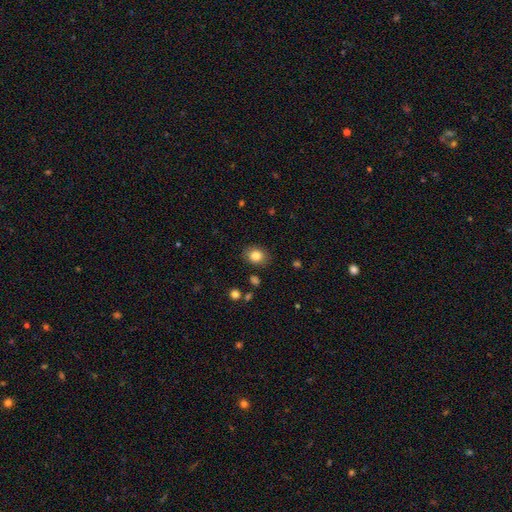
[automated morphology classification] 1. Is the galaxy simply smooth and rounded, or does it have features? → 84% smooth, 10% star or artifact, 7% featured or disk.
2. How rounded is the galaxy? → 50% round, 49% in between, 1% cigar-shaped.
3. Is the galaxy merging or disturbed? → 83% none, 12% minor disturbance, 3% major disturbance, 2% merger.